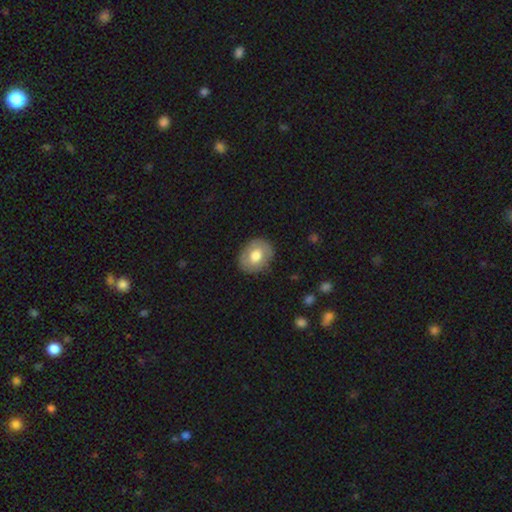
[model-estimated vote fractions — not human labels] A smooth galaxy with no disk features (65%) that is round (50%). Merging: none (82%).